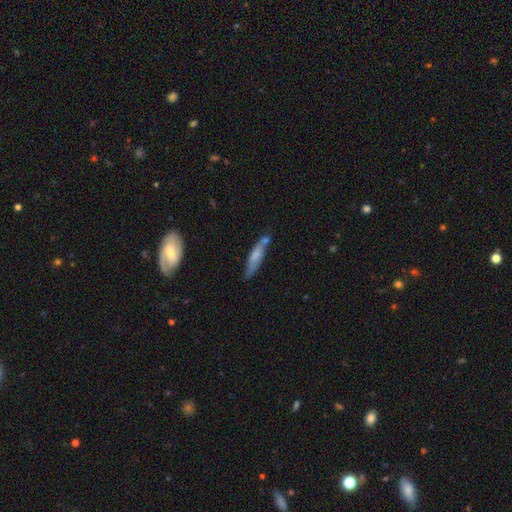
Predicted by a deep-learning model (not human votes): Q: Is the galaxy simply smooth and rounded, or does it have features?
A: smooth — 65%.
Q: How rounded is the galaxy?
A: cigar-shaped — 80%.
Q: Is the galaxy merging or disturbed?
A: none — 60%.